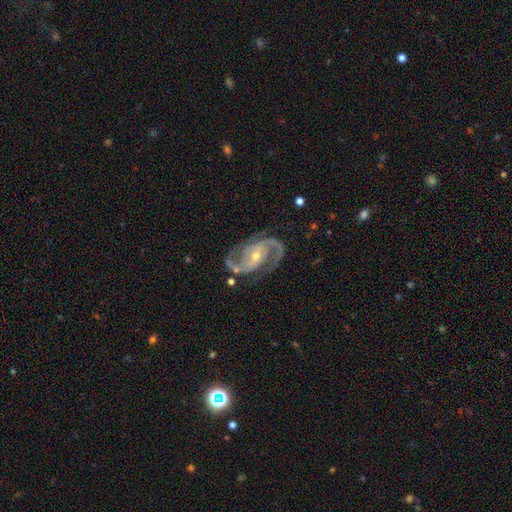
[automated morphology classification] smooth-or-featured: featured or disk: 93% | star or artifact: 5% | smooth: 3%
  disk-edge-on: no: 97% | yes: 3%
    bar: no: 50% | weak: 31% | strong: 19%
    has-spiral-arms: yes: 98% | no: 2%
      spiral-winding: medium: 61% | tight: 26% | loose: 13%
      spiral-arm-count: 2: 92% | 3: 3% | can't tell: 2% | 1: 1% | 4: 1% | more than 4: 1%
    bulge-size: small: 56% | moderate: 40% | large: 1% | none: 1% | dominant: 1%
  merging: none: 79% | minor disturbance: 14% | major disturbance: 5% | merger: 2%